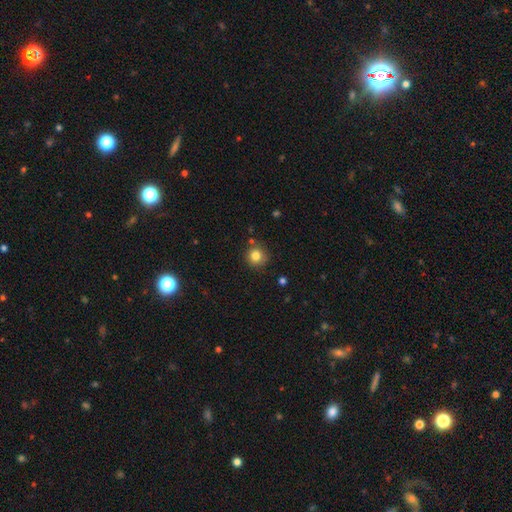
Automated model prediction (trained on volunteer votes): Smooth or featured: smooth — 82% (star or artifact — 11%)
How rounded: round — 92% (in between — 7%)
Merging: none — 83% (minor disturbance — 10%)